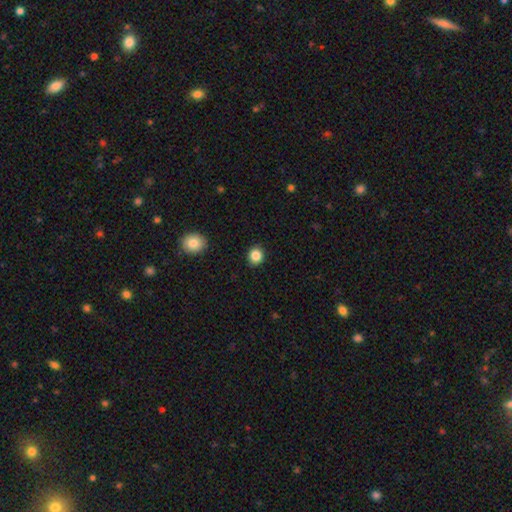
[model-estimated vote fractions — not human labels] smooth-or-featured: smooth: 86% | star or artifact: 10% | featured or disk: 4%
  how-rounded: round: 83% | in between: 16% | cigar-shaped: 1%
  merging: none: 91% | minor disturbance: 6% | major disturbance: 2% | merger: 1%